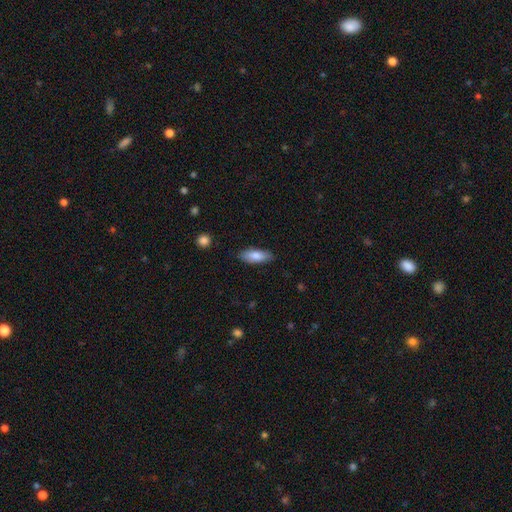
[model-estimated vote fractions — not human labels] Overall: smooth (81%). How rounded: in between (67%; cigar-shaped 31%). Merging: none (85%).